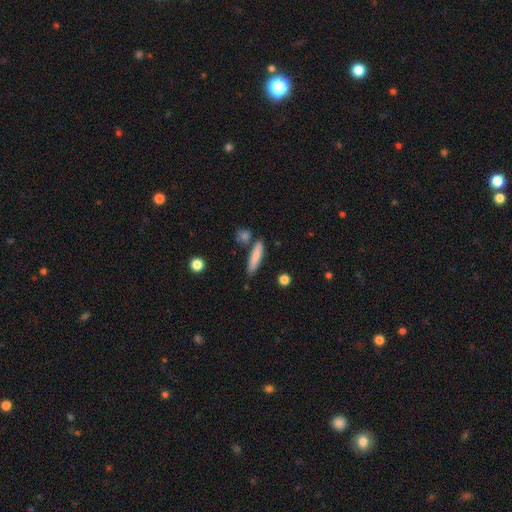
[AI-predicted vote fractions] This appears to be a smooth galaxy with no disk features (80%) that is cigar-shaped (82%). Merging: none (77%).